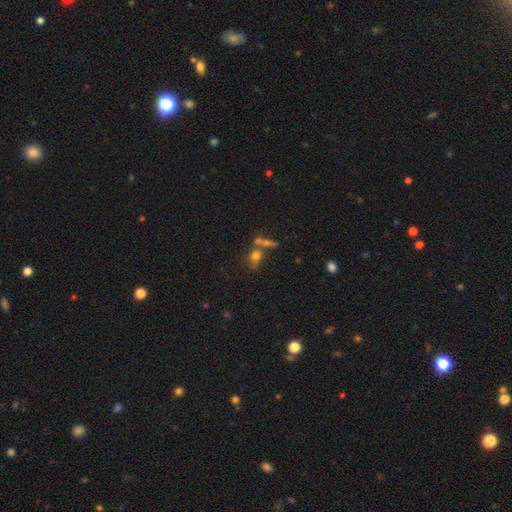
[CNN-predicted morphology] Smooth or featured? smooth (62%)
How rounded? round (58%)
Merging? none (40%)